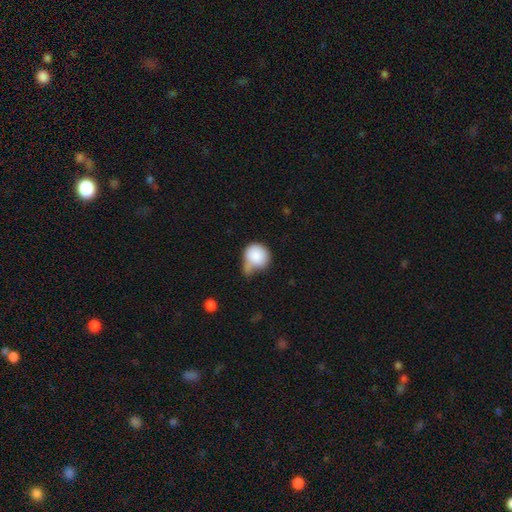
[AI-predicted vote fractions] Q: Smooth or featured?
A: smooth (85%); runner-up: featured or disk (8%)
Q: How rounded?
A: round (81%); runner-up: in between (18%)
Q: Merging?
A: minor disturbance (39%); runner-up: none (26%)